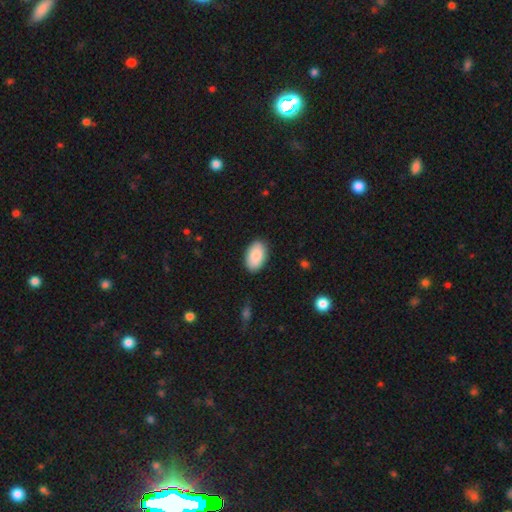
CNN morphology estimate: Smooth or featured? Predicted: smooth (p=0.88). How rounded? Predicted: in between (p=0.94). Merging? Predicted: none (p=0.87).